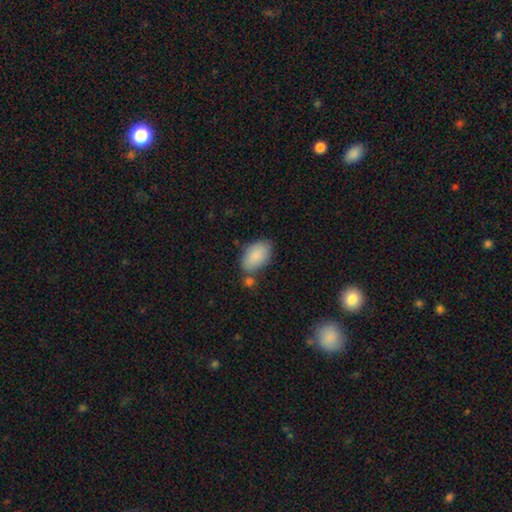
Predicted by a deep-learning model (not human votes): Smooth or featured? Predicted: smooth (p=0.87). How rounded? Predicted: in between (p=0.93). Merging? Predicted: none (p=0.67).